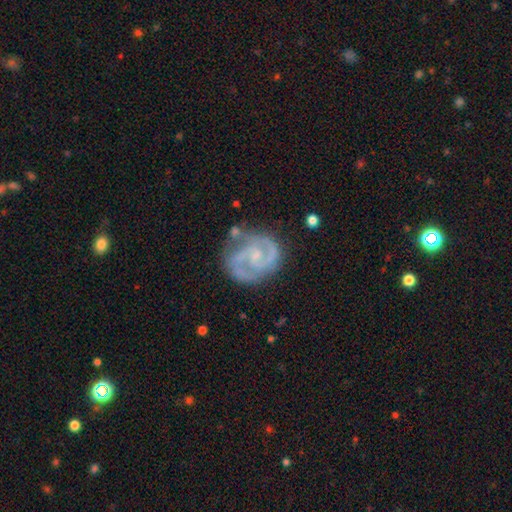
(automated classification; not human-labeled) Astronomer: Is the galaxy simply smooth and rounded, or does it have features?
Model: featured or disk — 86%.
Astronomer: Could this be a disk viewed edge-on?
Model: no — 98%.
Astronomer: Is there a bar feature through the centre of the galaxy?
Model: no — 49% (runner-up: weak, 41%).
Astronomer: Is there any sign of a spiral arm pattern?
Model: yes — 95%.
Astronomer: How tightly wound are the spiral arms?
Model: medium — 48% (runner-up: tight, 41%).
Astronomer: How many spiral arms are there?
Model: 2 — 77%.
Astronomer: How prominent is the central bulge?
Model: small — 66%.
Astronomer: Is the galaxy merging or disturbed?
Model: none — 68%.